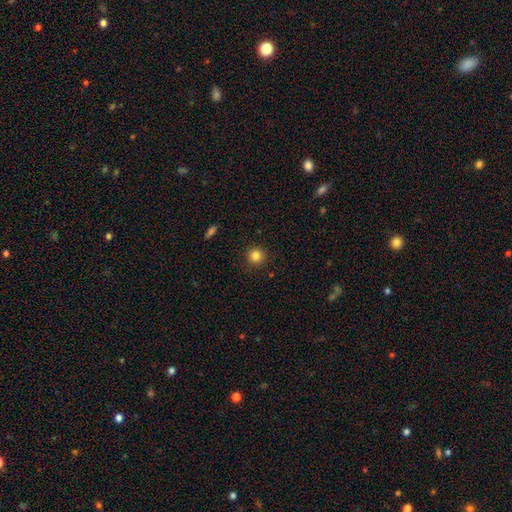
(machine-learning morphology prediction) smooth_or_featured: smooth (p=0.84) [alt: star or artifact p=0.12]
how_rounded: round (p=0.94) [alt: in between p=0.05]
merging: none (p=0.91) [alt: minor disturbance p=0.06]